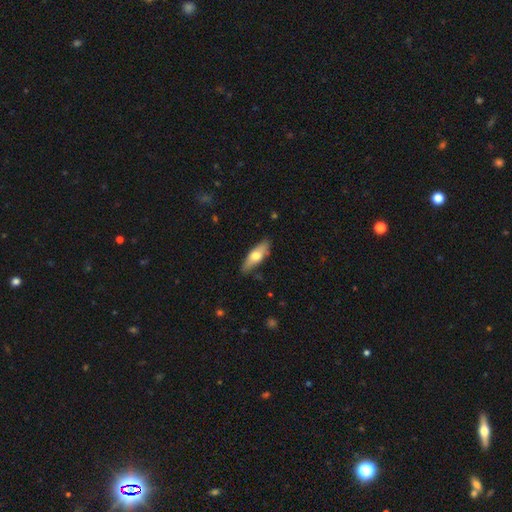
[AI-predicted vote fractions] This is likely a smooth galaxy (61%). How rounded: possibly in between (53%). Merging: clearly none (85%).